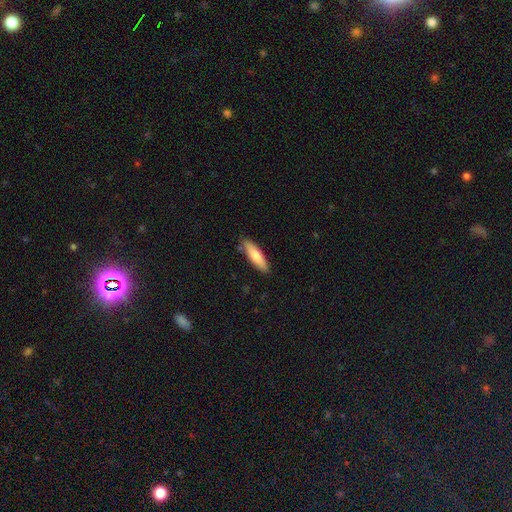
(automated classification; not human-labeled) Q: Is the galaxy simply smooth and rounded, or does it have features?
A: smooth — 76%.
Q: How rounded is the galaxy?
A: cigar-shaped — 59%.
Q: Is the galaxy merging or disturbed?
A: none — 84%.